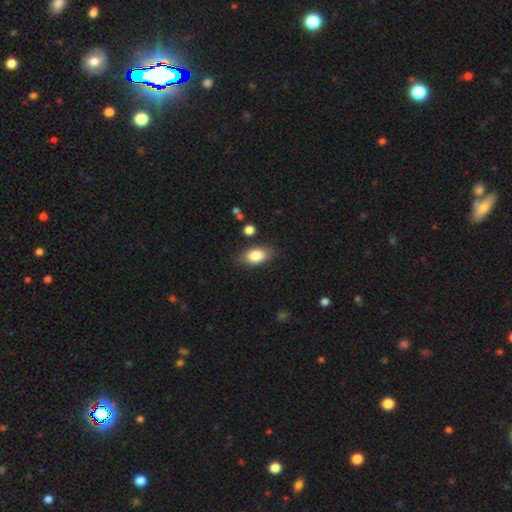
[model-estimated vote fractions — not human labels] smooth_or_featured: smooth (p=0.84) [alt: featured or disk p=0.08]
how_rounded: in between (p=0.88) [alt: round p=0.09]
merging: none (p=0.81) [alt: minor disturbance p=0.13]